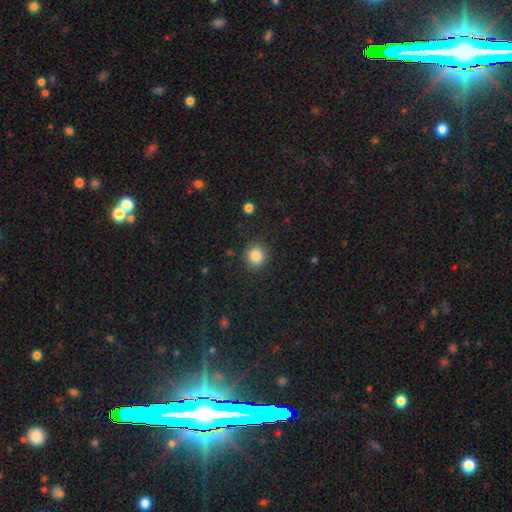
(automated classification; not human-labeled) Smooth or featured: smooth — 84% (star or artifact — 11%)
How rounded: round — 88% (in between — 11%)
Merging: none — 90% (minor disturbance — 7%)